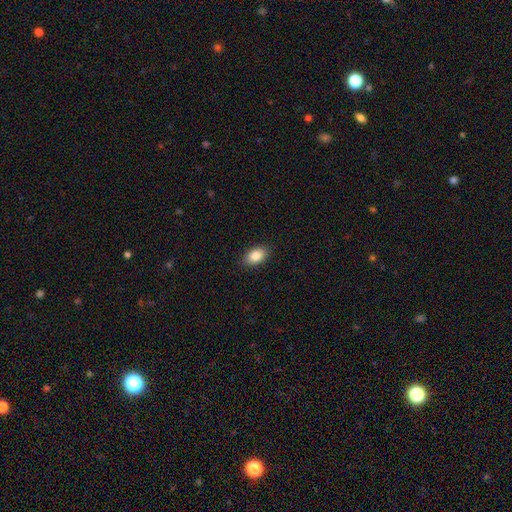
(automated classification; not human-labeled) Smooth or featured: smooth — 88% (star or artifact — 7%)
How rounded: in between — 90% (round — 8%)
Merging: none — 88% (minor disturbance — 9%)